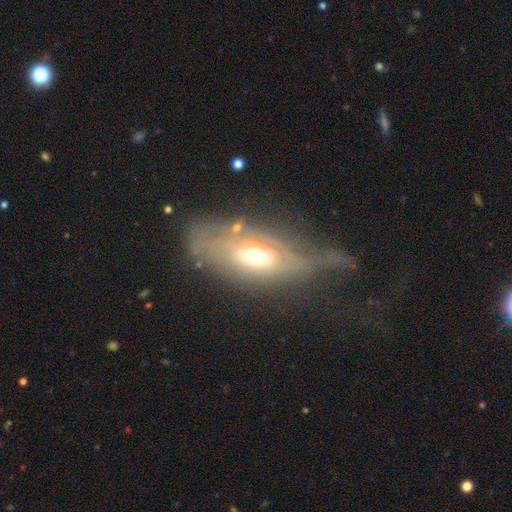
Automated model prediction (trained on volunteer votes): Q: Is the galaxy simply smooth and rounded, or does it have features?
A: featured or disk — 58%.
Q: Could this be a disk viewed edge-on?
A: no — 72%.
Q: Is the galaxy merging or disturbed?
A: major disturbance — 42%.